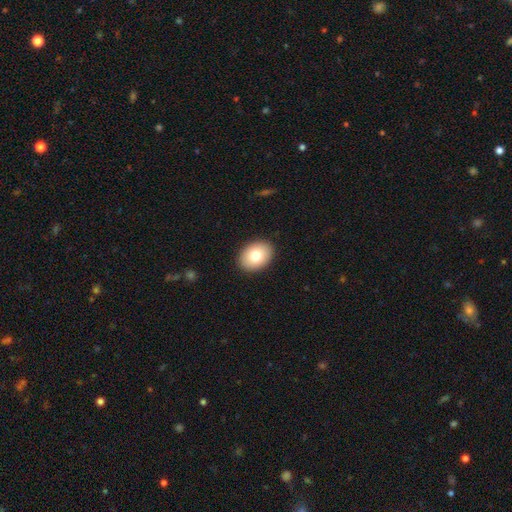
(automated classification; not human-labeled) Smooth or featured? smooth (78%)
How rounded? in between (71%)
Merging? none (90%)